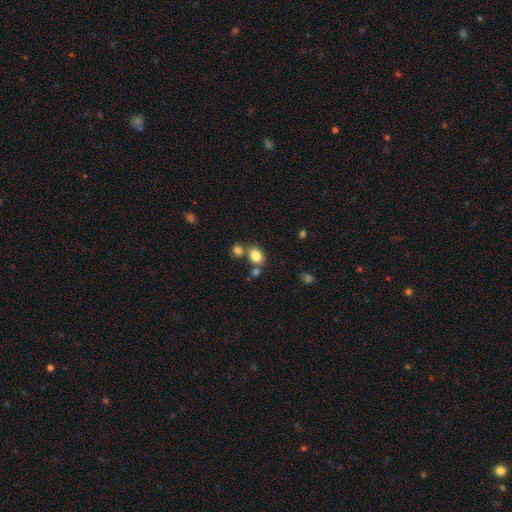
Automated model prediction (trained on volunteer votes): This is clearly a smooth galaxy (83%). How rounded: likely in between (63%). Merging: possibly none (58%).